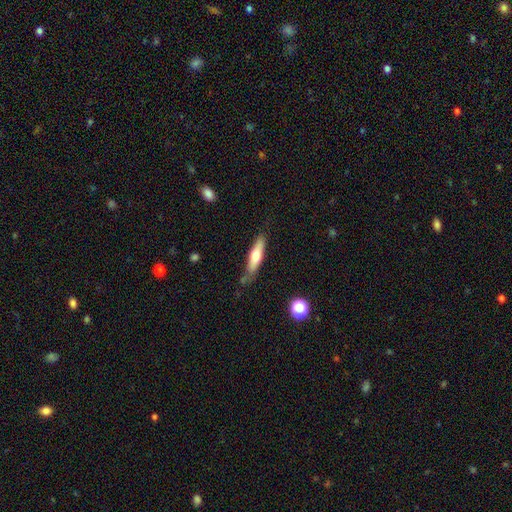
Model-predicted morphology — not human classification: Q: Smooth or featured?
A: smooth (56%); runner-up: featured or disk (39%)
Q: How rounded?
A: cigar-shaped (72%); runner-up: in between (26%)
Q: Merging?
A: none (75%); runner-up: minor disturbance (18%)